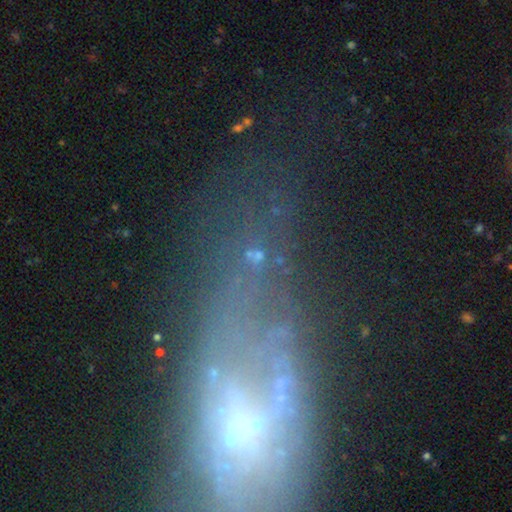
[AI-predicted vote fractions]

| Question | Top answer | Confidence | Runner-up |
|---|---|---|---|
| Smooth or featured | star or artifact | 52% | smooth (25%) |